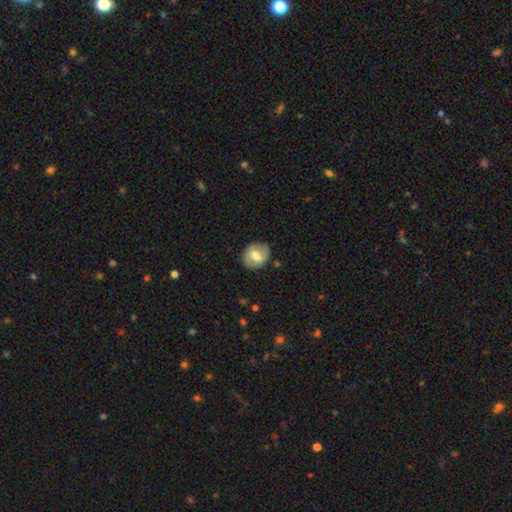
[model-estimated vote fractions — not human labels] Overall: smooth (52%; featured or disk 41%). How rounded: round (55%; in between 43%). Merging: none (82%).